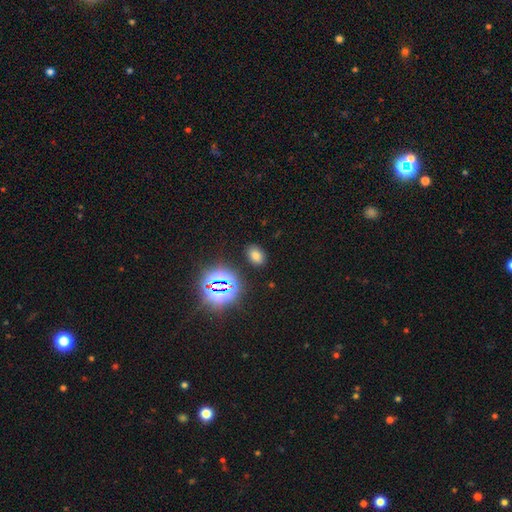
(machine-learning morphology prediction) Smooth or featured? Predicted: smooth (p=0.70). How rounded? Predicted: in between (p=0.81). Merging? Predicted: none (p=0.85).